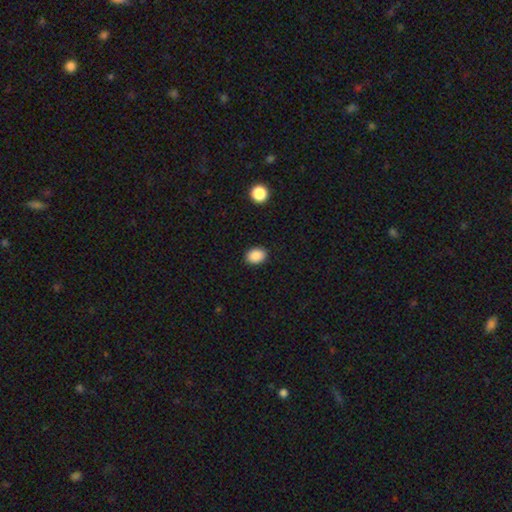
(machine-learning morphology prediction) A smooth galaxy with no disk features (89%) that is in between round and cigar-shaped (66%).

Vote fractions:
- Smooth or featured? smooth: 89% / star or artifact: 9% / featured or disk: 3%
- How rounded? in between: 66% / round: 33% / cigar-shaped: 1%
- Merging? none: 89% / minor disturbance: 8% / major disturbance: 2% / merger: 1%